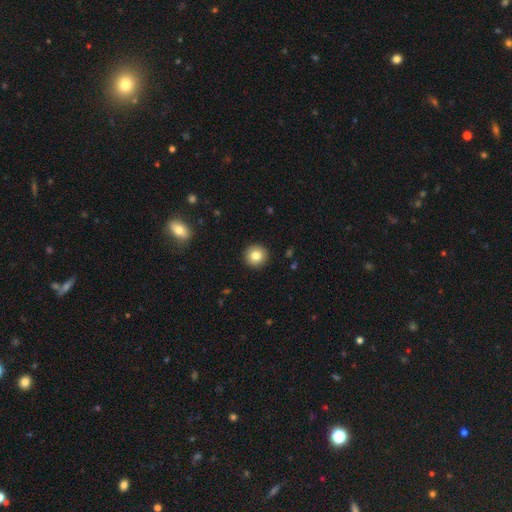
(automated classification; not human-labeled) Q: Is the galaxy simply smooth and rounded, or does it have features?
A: smooth — 82%.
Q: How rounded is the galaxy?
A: round — 95%.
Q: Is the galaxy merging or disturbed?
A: none — 93%.